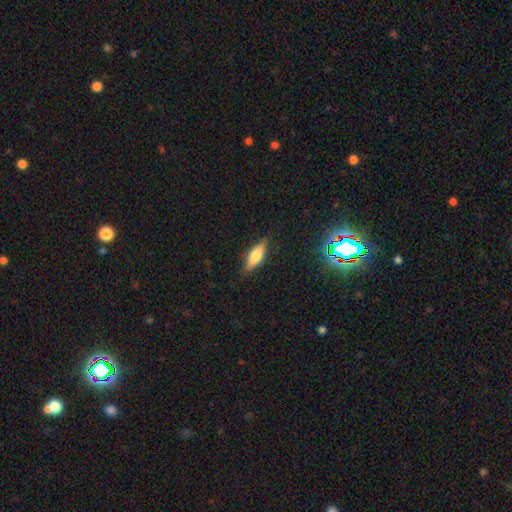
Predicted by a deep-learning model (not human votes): This appears to be a smooth galaxy with no disk features (51%) that is cigar-shaped (51%). Merging: none (85%).